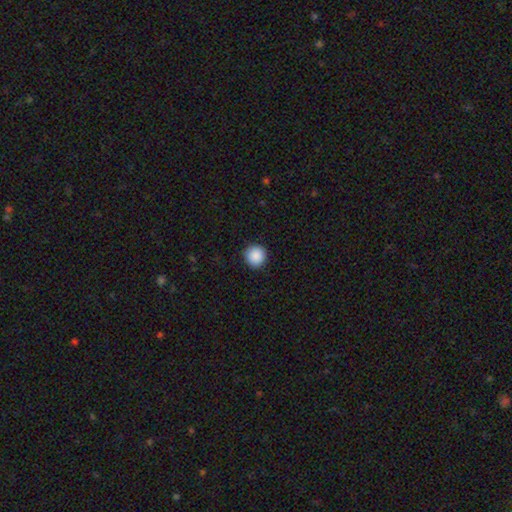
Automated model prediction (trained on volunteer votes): The model was most divided on "smooth or featured": smooth: 89%, star or artifact: 8%, featured or disk: 3%. More confident: how rounded — round (95%); merging — none (92%).